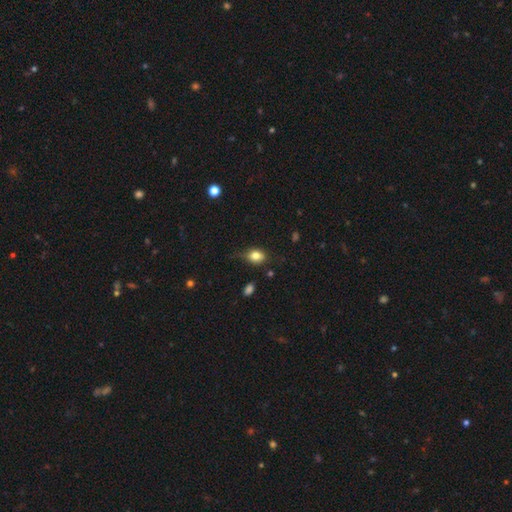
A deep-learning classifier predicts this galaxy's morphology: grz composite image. It shows a smooth galaxy with no disk features (79%) that is in between round and cigar-shaped (61%). Merging: none (60%).